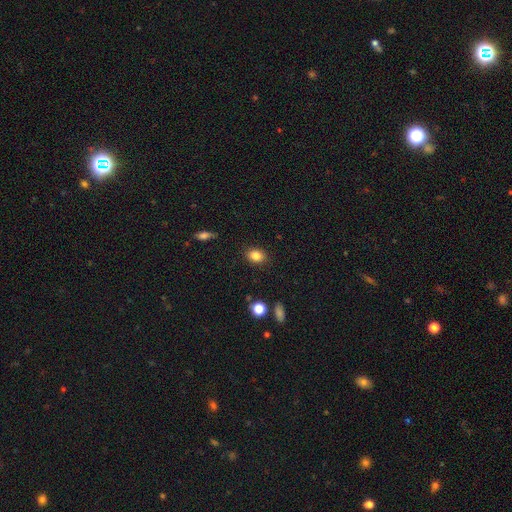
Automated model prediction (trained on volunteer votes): smooth_or_featured: smooth (p=0.84) [alt: star or artifact p=0.10]
how_rounded: in between (p=0.66) [alt: round p=0.33]
merging: none (p=0.87) [alt: minor disturbance p=0.09]